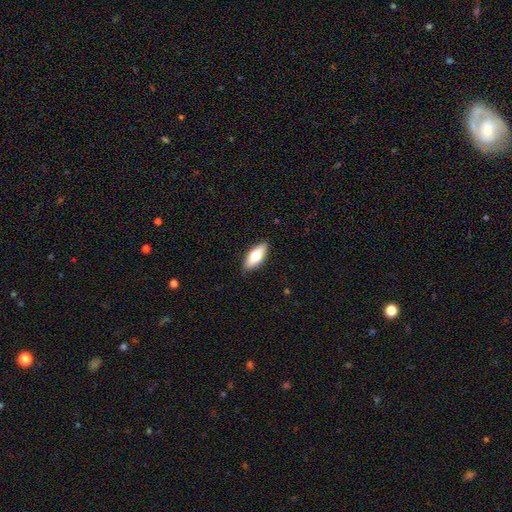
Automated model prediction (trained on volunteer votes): The model was most divided on "smooth or featured": smooth: 72%, featured or disk: 22%, star or artifact: 6%. More confident: merging — none (87%); how rounded — in between (81%).